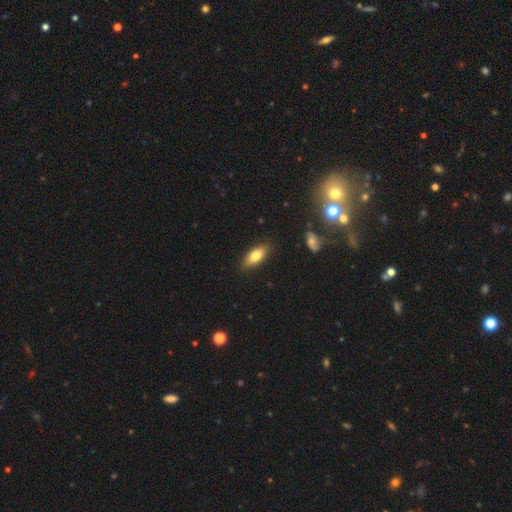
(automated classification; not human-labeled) Smooth or featured? smooth (73%)
How rounded? in between (77%)
Merging? none (85%)